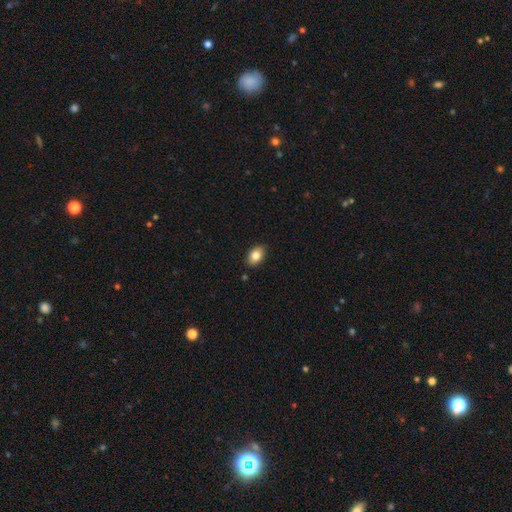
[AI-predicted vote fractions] This is clearly a smooth galaxy (83%). How rounded: clearly in between (83%). Merging: clearly none (86%).